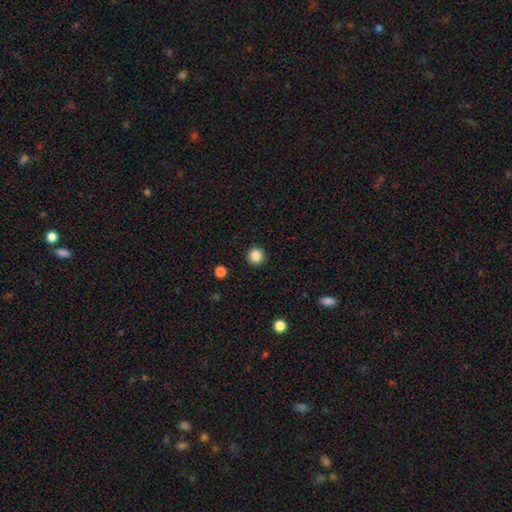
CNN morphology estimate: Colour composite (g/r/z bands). It shows a smooth galaxy with no disk features (86%) that is round (96%). Merging: none (93%).